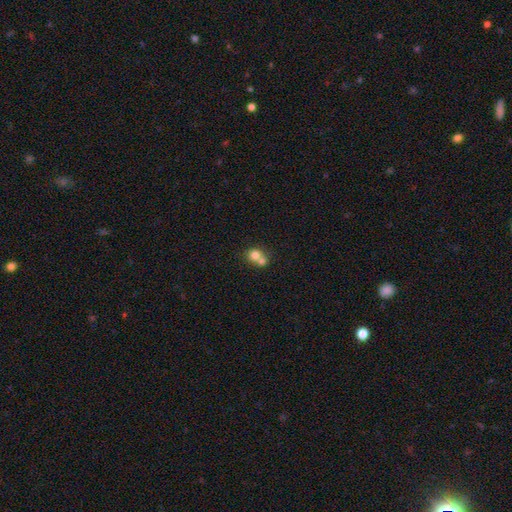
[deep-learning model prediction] The model was most divided on "merging": merger: 62%, none: 31%, minor disturbance: 5%, major disturbance: 2%. More confident: how rounded — round (77%); smooth or featured — smooth (75%).